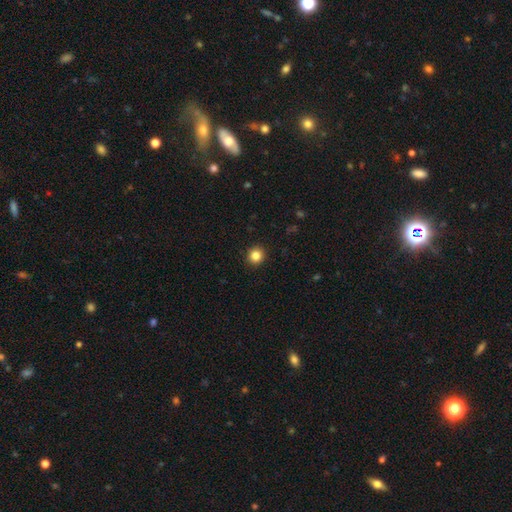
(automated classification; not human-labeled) Overall: smooth (84%). How rounded: round (91%). Merging: none (92%).